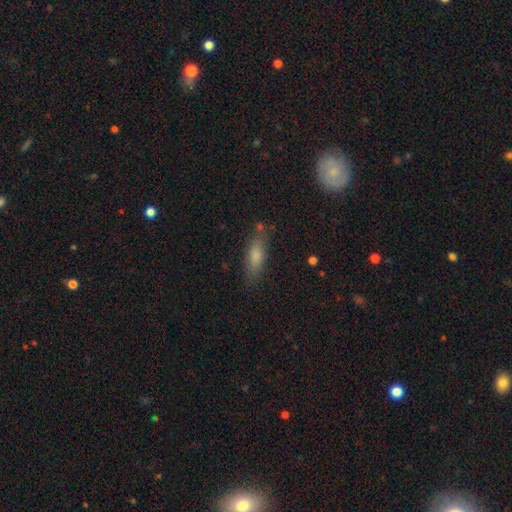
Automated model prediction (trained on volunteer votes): This appears to be a smooth galaxy with no disk features (77%) that is in between round and cigar-shaped (49%). Merging: none (76%).